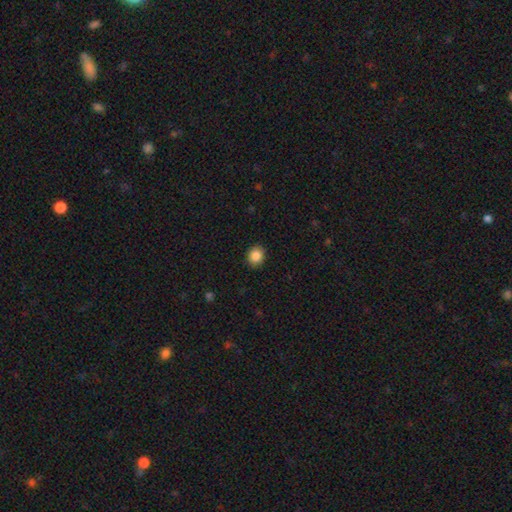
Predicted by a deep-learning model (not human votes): Q: Smooth or featured?
A: smooth (87%); runner-up: star or artifact (9%)
Q: How rounded?
A: round (71%); runner-up: in between (28%)
Q: Merging?
A: none (91%); runner-up: minor disturbance (6%)